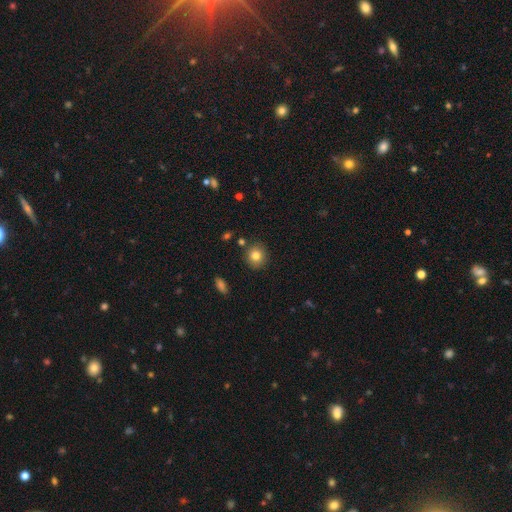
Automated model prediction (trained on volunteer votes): This is clearly a smooth galaxy (81%). How rounded: clearly round (85%). Merging: clearly none (85%).